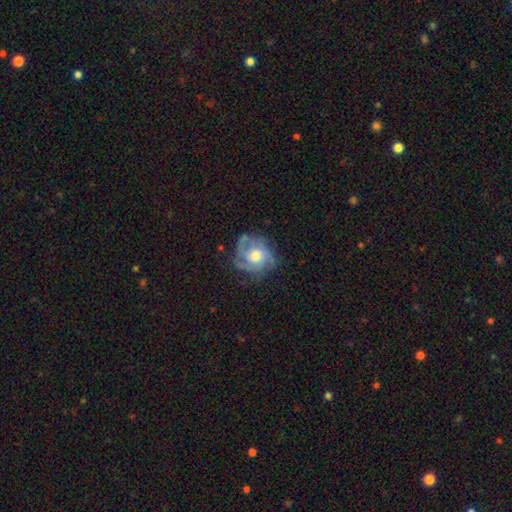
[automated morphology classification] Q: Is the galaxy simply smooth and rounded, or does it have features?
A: featured or disk — 77%.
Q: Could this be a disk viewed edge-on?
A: no — 98%.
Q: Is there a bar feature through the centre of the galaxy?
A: no — 76%.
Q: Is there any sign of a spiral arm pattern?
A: yes — 91%.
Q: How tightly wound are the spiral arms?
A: tight — 50%.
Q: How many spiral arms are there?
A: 3 — 34%.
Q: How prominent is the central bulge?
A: moderate — 65%.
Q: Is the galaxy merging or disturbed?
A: none — 67%.